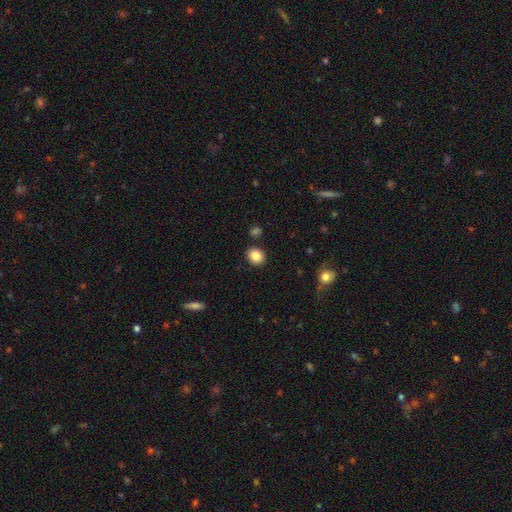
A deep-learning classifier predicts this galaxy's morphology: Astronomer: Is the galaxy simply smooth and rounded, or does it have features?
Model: smooth — 85%.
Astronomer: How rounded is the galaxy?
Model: round — 66%.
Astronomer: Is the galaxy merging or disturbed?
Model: none — 88%.